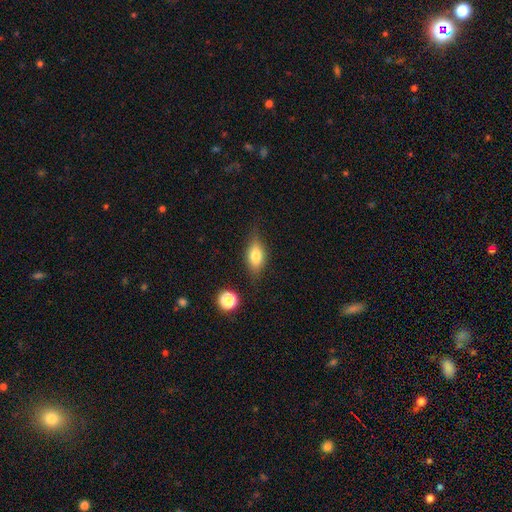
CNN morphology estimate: The model was most divided on "smooth or featured": smooth: 72%, featured or disk: 20%, star or artifact: 9%. More confident: how rounded — in between (79%); merging — none (74%).